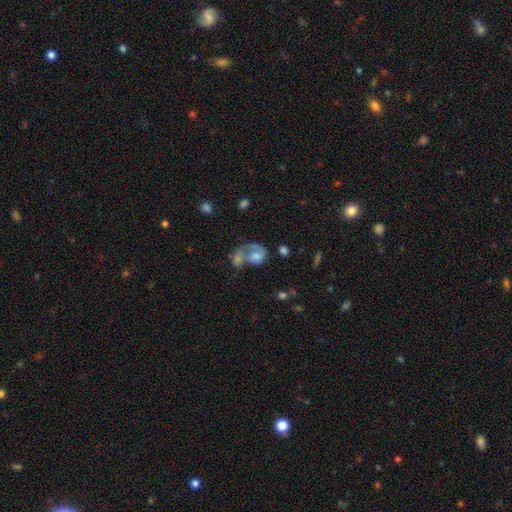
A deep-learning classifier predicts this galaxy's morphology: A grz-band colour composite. It shows a featured or disk galaxy (48%). Merging: merger (56%).